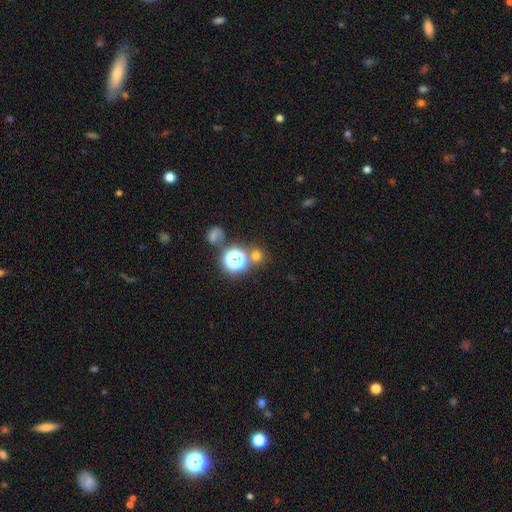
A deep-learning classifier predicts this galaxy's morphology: smooth 64%, star or artifact 30%, featured or disk 7%. Down the decision tree: how rounded — round (89%); merging — none (71%).